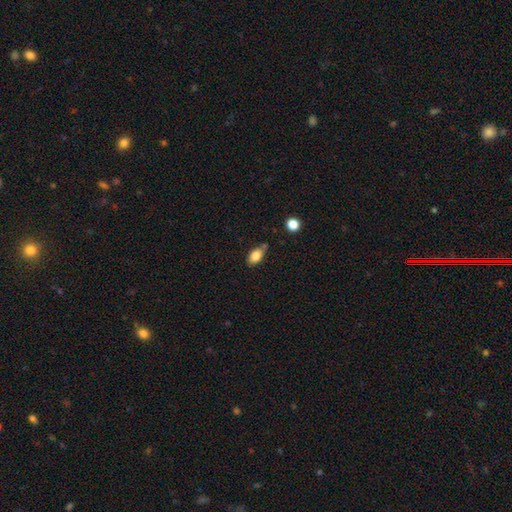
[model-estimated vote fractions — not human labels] Q: Smooth or featured?
A: smooth (83%); runner-up: star or artifact (8%)
Q: How rounded?
A: in between (89%); runner-up: round (8%)
Q: Merging?
A: none (67%); runner-up: minor disturbance (20%)